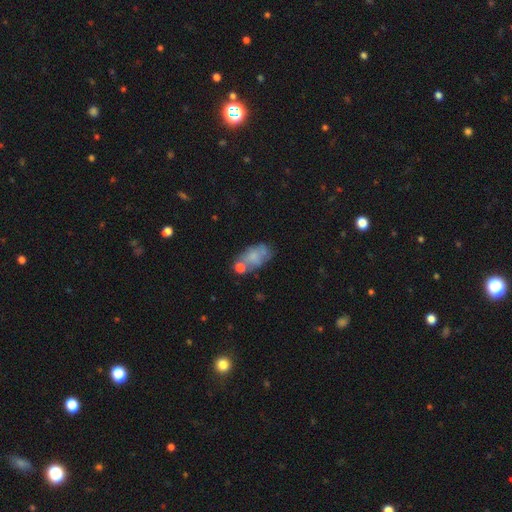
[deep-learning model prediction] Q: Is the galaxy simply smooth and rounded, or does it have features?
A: smooth — 57%.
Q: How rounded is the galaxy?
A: in between — 89%.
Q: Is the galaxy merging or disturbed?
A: none — 40%.